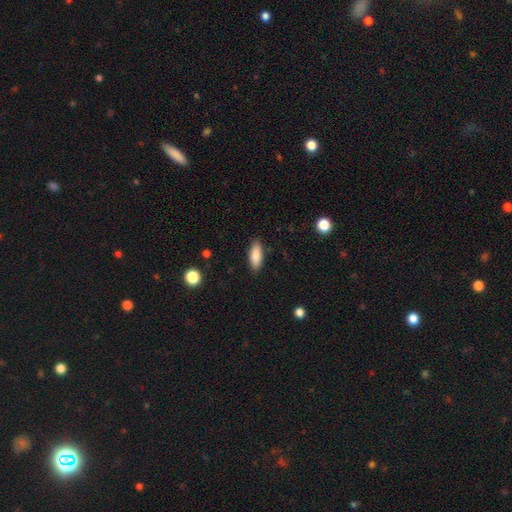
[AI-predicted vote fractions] The model was most divided on "how rounded": in between: 73%, cigar-shaped: 25%, round: 2%. More confident: merging — none (87%); smooth or featured — smooth (86%).